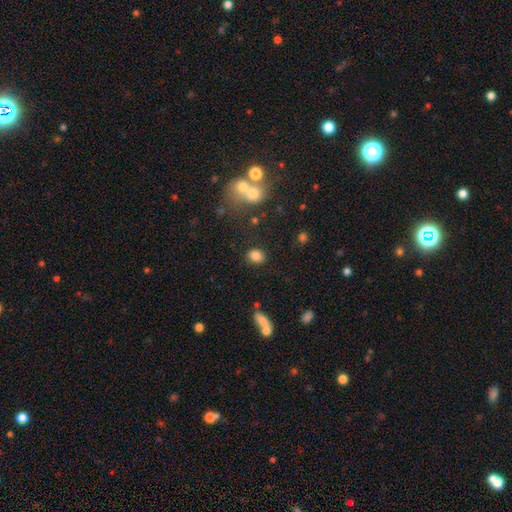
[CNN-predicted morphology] A smooth galaxy with no disk features (82%) that is round (57%). Merging: none (82%).